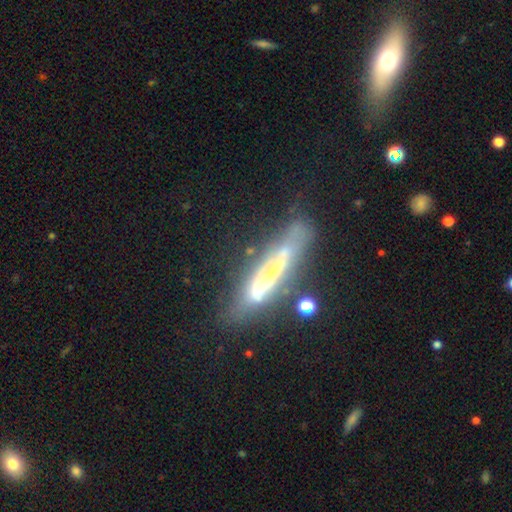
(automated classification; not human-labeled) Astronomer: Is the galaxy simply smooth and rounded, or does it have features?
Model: featured or disk — 58%.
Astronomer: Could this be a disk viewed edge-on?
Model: yes — 79%.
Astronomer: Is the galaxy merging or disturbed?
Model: none — 57%.